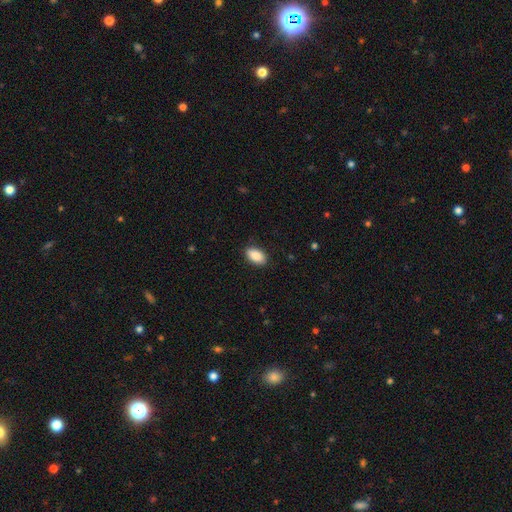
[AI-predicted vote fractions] The model was most divided on "merging": none: 87%, minor disturbance: 9%, major disturbance: 2%, merger: 1%. More confident: how rounded — in between (93%); smooth or featured — smooth (89%).